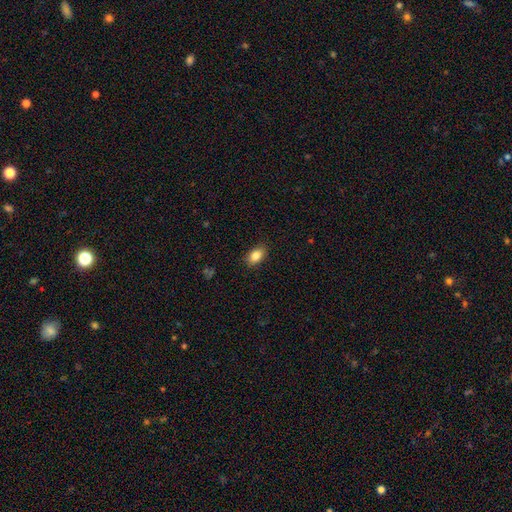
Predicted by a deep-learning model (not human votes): A smooth galaxy with no disk features (84%) that is in between round and cigar-shaped (88%). Merging: none (87%).